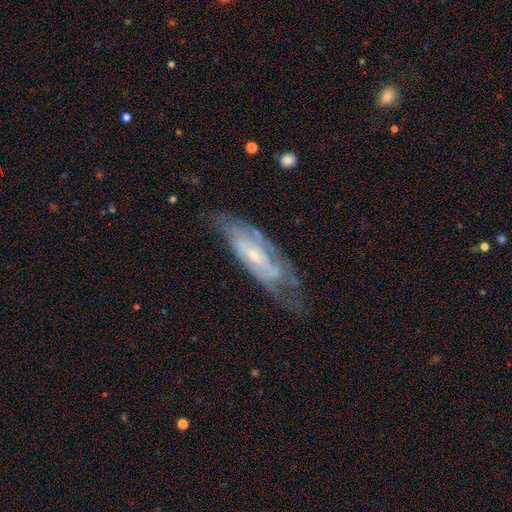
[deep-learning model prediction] The model was most divided on "spiral arm count": can't tell: 48%, 2: 35%, 3: 7%, 1: 4%, 4: 3%, more than 4: 3%. More confident: spiral arms — yes (84%); edge-on disk — no (78%); smooth or featured — featured or disk (77%); bulge size — small (71%); merging — none (63%); spiral winding — tight (54%); bar — no (50%).